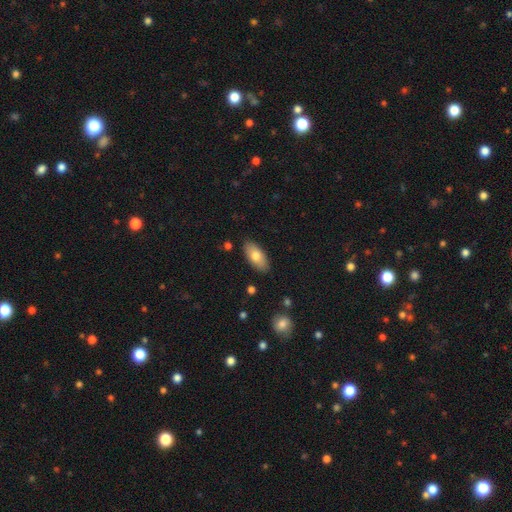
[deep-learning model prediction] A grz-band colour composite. It shows a smooth galaxy with no disk features (75%) that is in between round and cigar-shaped (89%). Merging: none (87%).